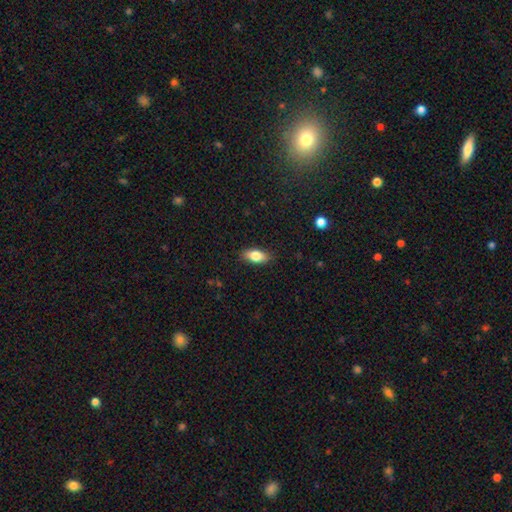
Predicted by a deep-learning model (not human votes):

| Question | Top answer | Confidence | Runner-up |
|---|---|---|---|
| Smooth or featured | smooth | 81% | featured or disk (12%) |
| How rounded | in between | 85% | cigar-shaped (11%) |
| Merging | none | 86% | minor disturbance (11%) |